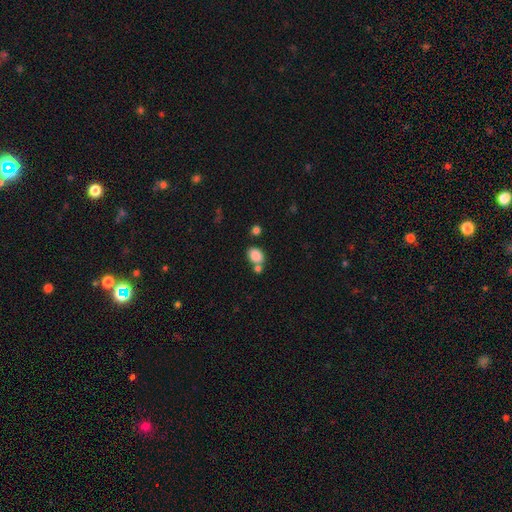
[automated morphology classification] type=smooth (86%); roundness=in between (67%); merging=none (58%).